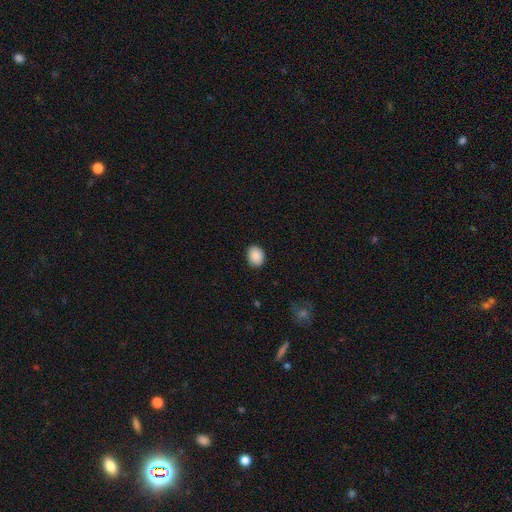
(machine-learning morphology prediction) The model was most divided on "how rounded": round: 51%, in between: 48%, cigar-shaped: 1%. More confident: smooth or featured — smooth (90%); merging — none (88%).